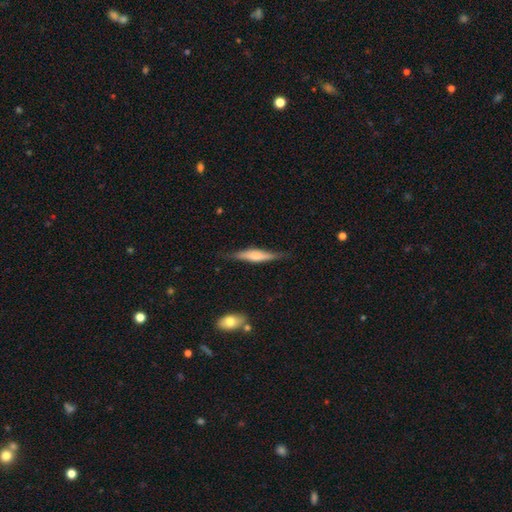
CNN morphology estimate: featured or disk 47% (tied), smooth 47% (tied), star or artifact 6%. Down the decision tree: merging — none (77%).